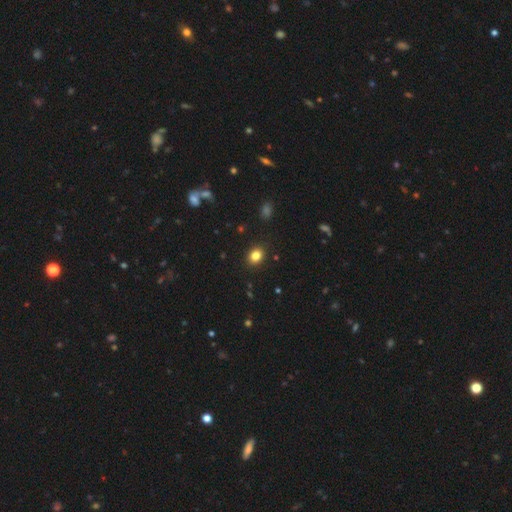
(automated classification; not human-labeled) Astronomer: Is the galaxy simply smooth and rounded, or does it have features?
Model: smooth — 83%.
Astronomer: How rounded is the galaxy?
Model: round — 52% (runner-up: in between, 47%).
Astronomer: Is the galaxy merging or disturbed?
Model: none — 90%.